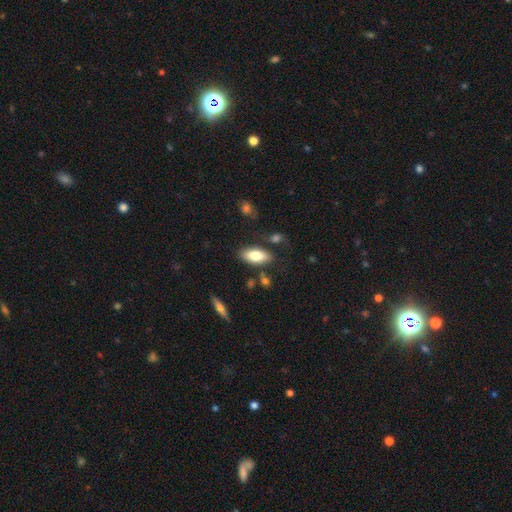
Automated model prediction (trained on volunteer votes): smooth-or-featured: smooth: 77% | featured or disk: 16% | star or artifact: 7%
  how-rounded: in between: 89% | cigar-shaped: 8% | round: 2%
  merging: none: 78% | minor disturbance: 14% | merger: 5% | major disturbance: 4%